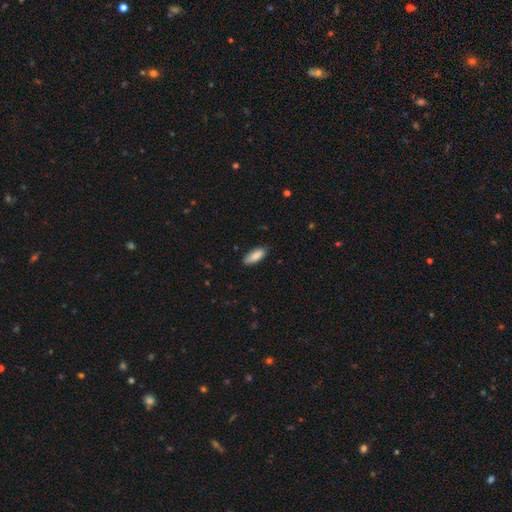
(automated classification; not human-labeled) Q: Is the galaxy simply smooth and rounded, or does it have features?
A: smooth — 88%.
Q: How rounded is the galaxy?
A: in between — 76%.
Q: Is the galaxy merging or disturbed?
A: none — 83%.